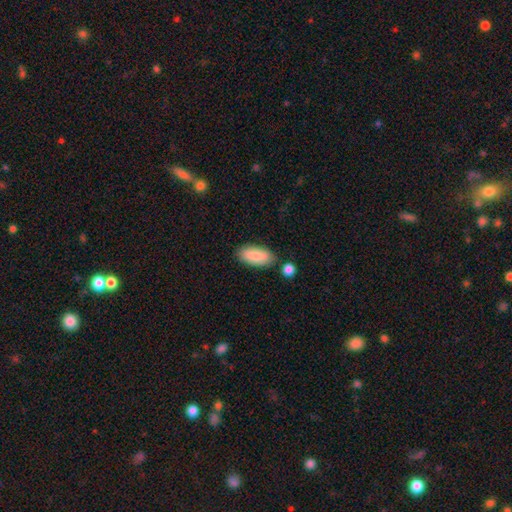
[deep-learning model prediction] This is clearly a smooth galaxy (88%). How rounded: clearly in between (87%). Merging: likely none (79%).